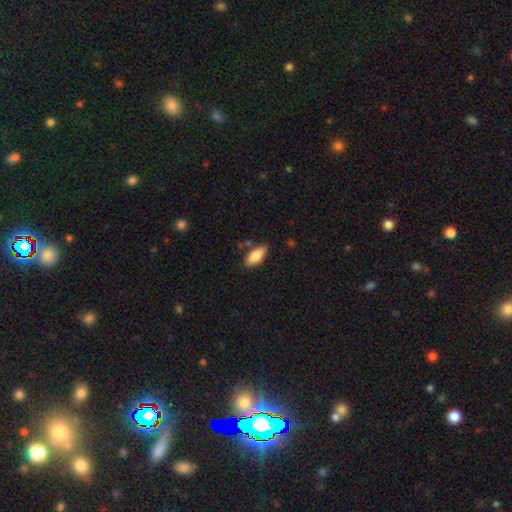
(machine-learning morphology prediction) type=smooth (83%); roundness=in between (87%); merging=none (76%).